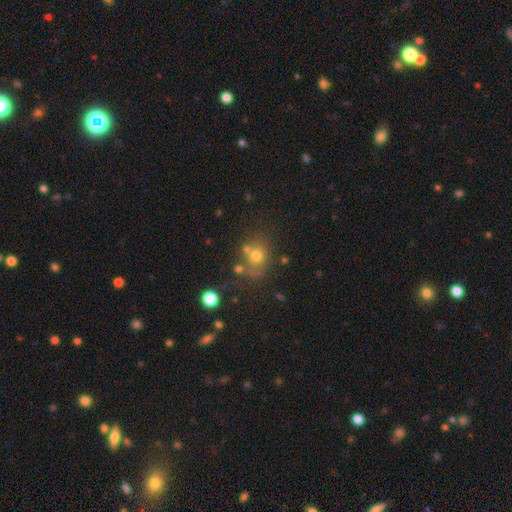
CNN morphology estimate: Smooth or featured?
  - smooth: 67% *
  - star or artifact: 18%
  - featured or disk: 15%
How rounded?
  - round: 73% *
  - in between: 26%
  - cigar-shaped: 1%
Merging?
  - none: 58% *
  - merger: 20%
  - minor disturbance: 14%
  - major disturbance: 7%